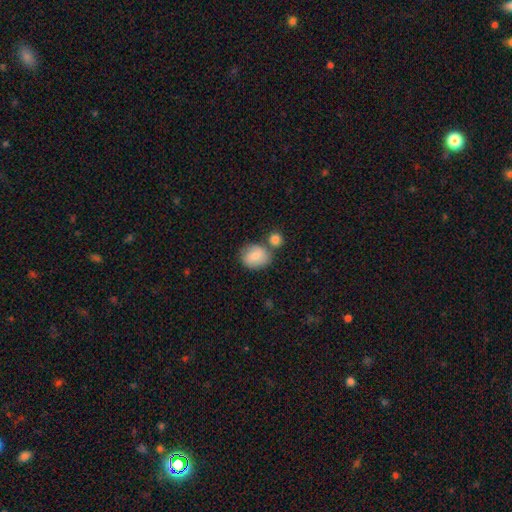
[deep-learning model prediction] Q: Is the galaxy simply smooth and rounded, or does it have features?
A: smooth — 80%.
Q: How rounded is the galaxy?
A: round — 53%.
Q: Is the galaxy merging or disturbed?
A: none — 52%.